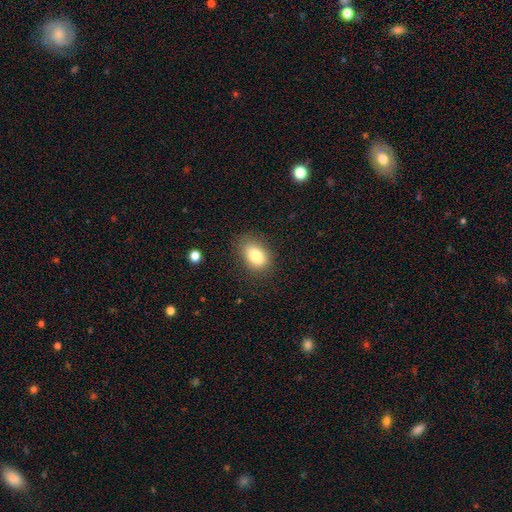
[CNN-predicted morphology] Q: Smooth or featured?
A: smooth (83%); runner-up: star or artifact (8%)
Q: How rounded?
A: in between (85%); runner-up: round (13%)
Q: Merging?
A: none (79%); runner-up: minor disturbance (15%)